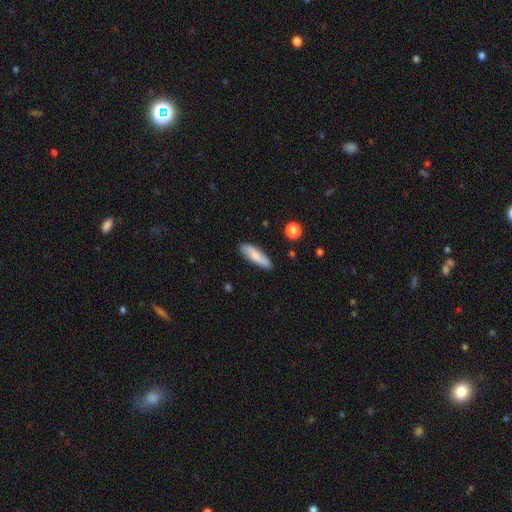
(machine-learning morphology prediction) Smooth or featured? smooth (79%)
How rounded? cigar-shaped (59%)
Merging? none (84%)